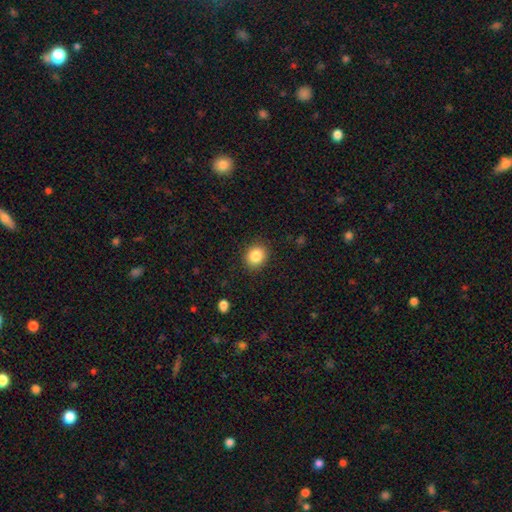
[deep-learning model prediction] Smooth or featured: smooth — 86% (star or artifact — 9%)
How rounded: round — 65% (in between — 34%)
Merging: none — 88% (minor disturbance — 8%)